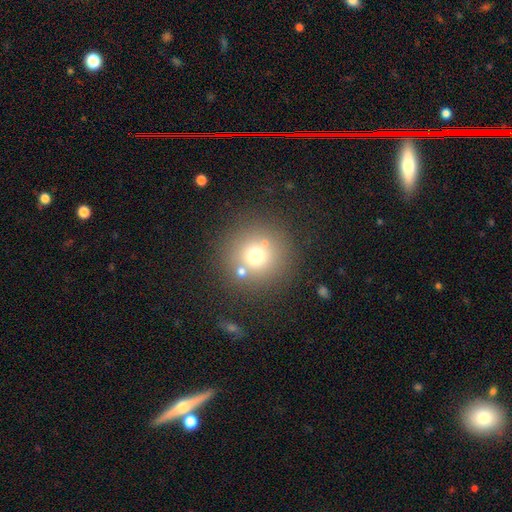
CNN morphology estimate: The model was most divided on "smooth or featured": smooth: 68%, star or artifact: 17%, featured or disk: 15%. More confident: how rounded — round (94%); merging — none (78%).